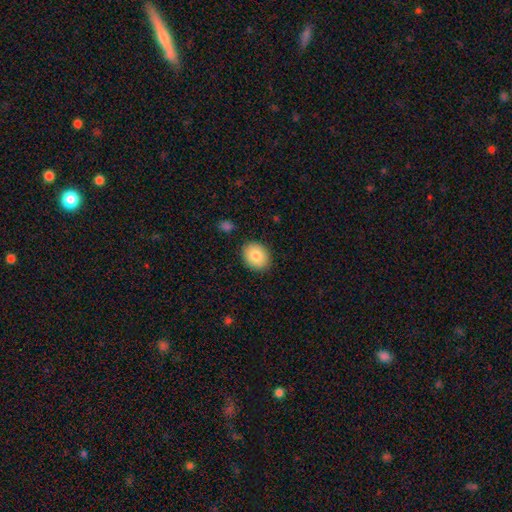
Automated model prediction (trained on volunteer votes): A smooth galaxy with no disk features (83%) that is round (57%).

Vote fractions:
- Smooth or featured? smooth: 83% / featured or disk: 9% / star or artifact: 8%
- How rounded? round: 57% / in between: 42% / cigar-shaped: 1%
- Merging? none: 88% / minor disturbance: 8% / major disturbance: 2% / merger: 1%